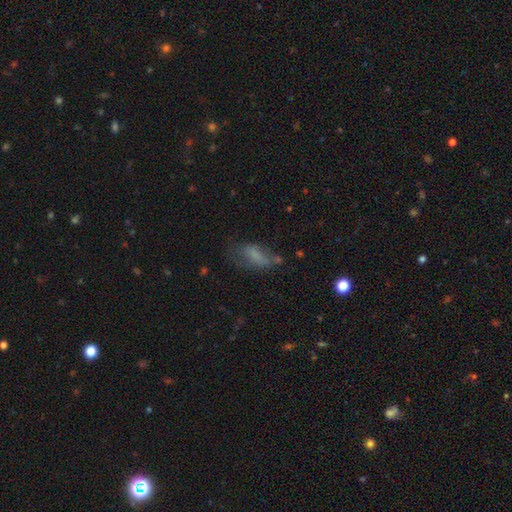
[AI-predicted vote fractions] This is likely a smooth galaxy (63%). How rounded: likely in between (76%). Merging: marginally none (38%).